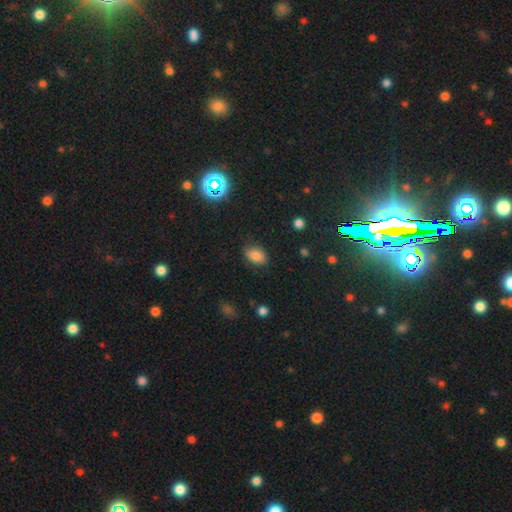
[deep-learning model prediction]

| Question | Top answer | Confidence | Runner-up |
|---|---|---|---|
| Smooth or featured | smooth | 80% | star or artifact (12%) |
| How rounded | in between | 87% | round (12%) |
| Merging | none | 81% | minor disturbance (14%) |